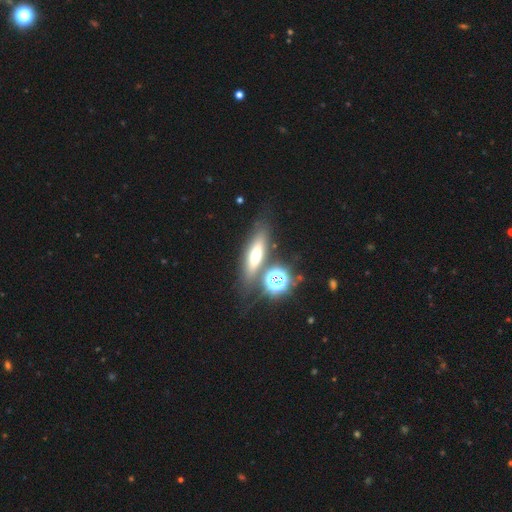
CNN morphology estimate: smooth_or_featured: smooth (p=0.49) [alt: featured or disk p=0.31]
merging: none (p=0.74) [alt: minor disturbance p=0.12]